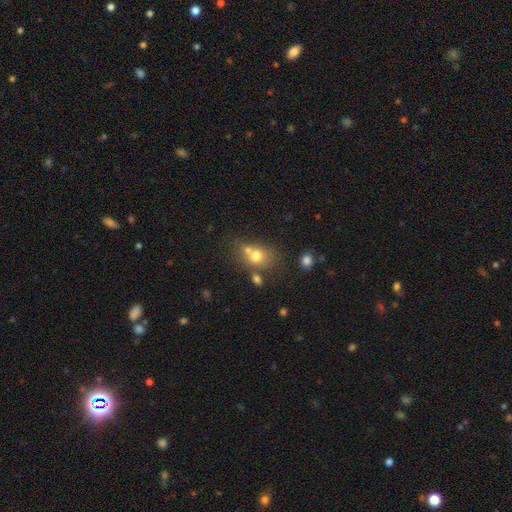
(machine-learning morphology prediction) Smooth or featured? smooth (70%)
How rounded? round (53%)
Merging? none (43%)